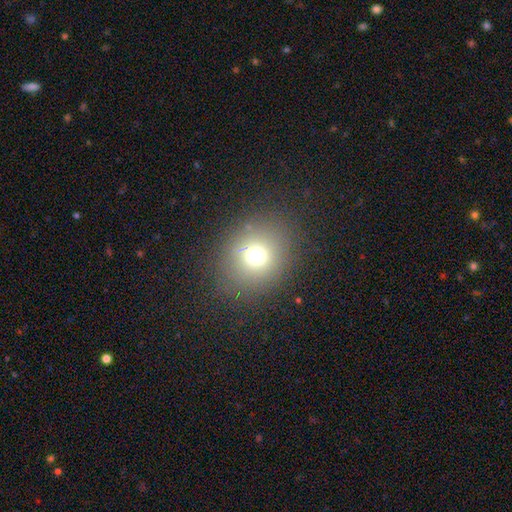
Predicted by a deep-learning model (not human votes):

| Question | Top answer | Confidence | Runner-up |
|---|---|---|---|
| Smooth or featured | smooth | 70% | star or artifact (18%) |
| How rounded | round | 76% | in between (23%) |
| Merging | none | 83% | minor disturbance (10%) |